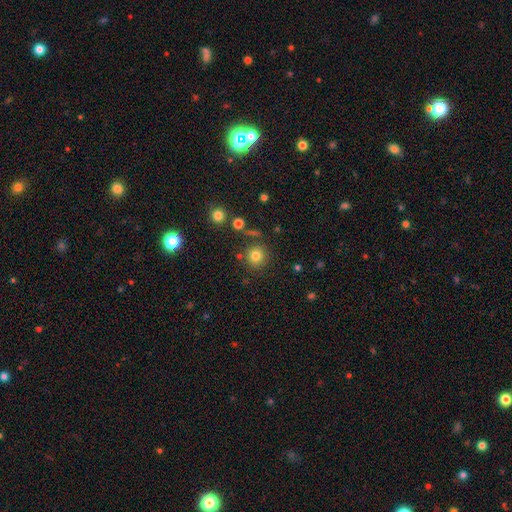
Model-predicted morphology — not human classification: Smooth or featured? Predicted: smooth (p=0.78). How rounded? Predicted: round (p=0.92). Merging? Predicted: none (p=0.82).